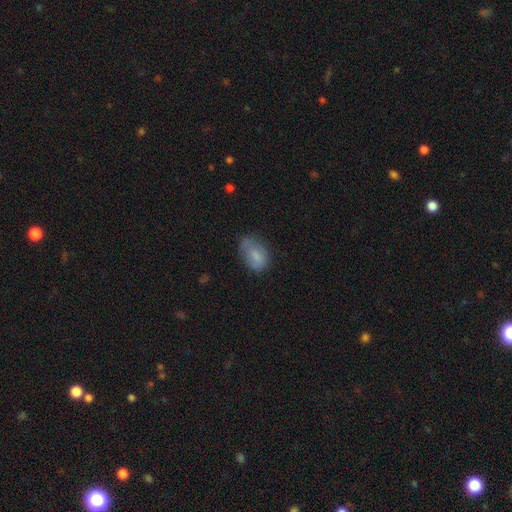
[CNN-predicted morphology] Smooth or featured? Predicted: smooth (p=0.76). How rounded? Predicted: in between (p=0.88). Merging? Predicted: none (p=0.53).